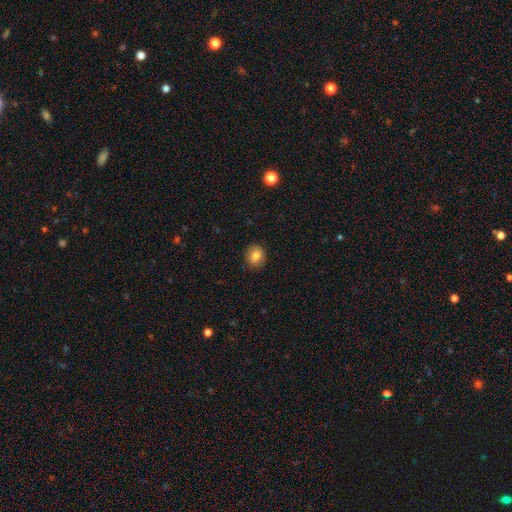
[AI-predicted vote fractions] Smooth or featured? Predicted: smooth (p=0.83). How rounded? Predicted: round (p=0.61). Merging? Predicted: none (p=0.88).